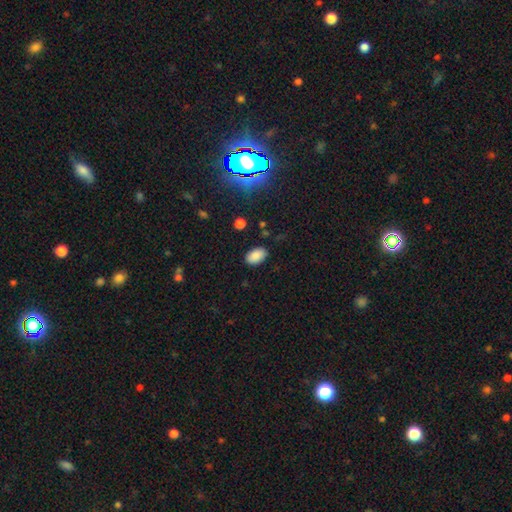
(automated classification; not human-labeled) Smooth or featured: smooth — 87% (star or artifact — 9%)
How rounded: in between — 91% (round — 8%)
Merging: none — 86% (minor disturbance — 10%)